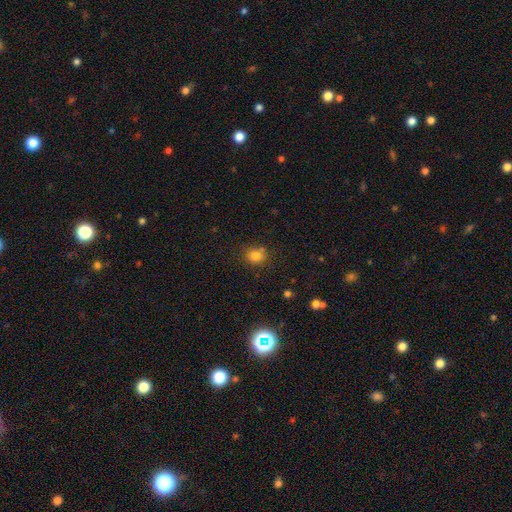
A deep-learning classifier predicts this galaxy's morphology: Q: Smooth or featured?
A: smooth (79%); runner-up: star or artifact (13%)
Q: How rounded?
A: round (70%); runner-up: in between (29%)
Q: Merging?
A: none (72%); runner-up: minor disturbance (15%)